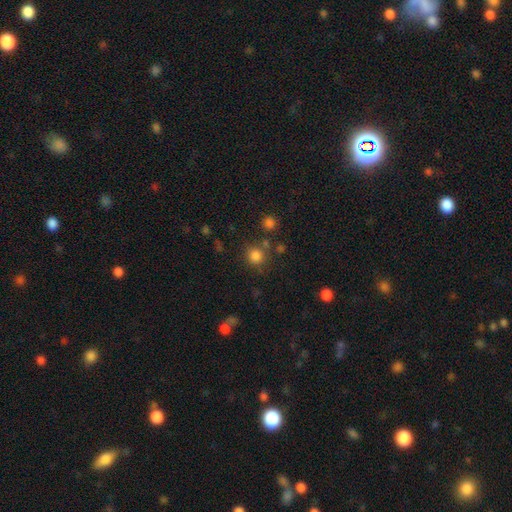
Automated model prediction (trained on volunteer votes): Smooth or featured?
  - smooth: 82% *
  - star or artifact: 13%
  - featured or disk: 5%
How rounded?
  - round: 91% *
  - in between: 8%
  - cigar-shaped: 1%
Merging?
  - none: 76% *
  - minor disturbance: 11%
  - merger: 9%
  - major disturbance: 5%